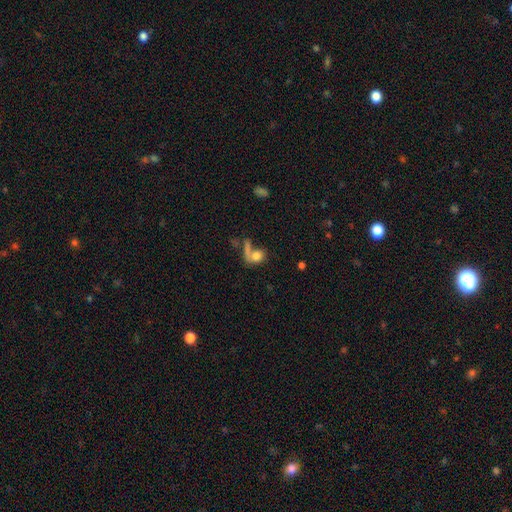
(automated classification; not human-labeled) A smooth galaxy with no disk features (65%) that is in between round and cigar-shaped (48%). Merging: none (39%).